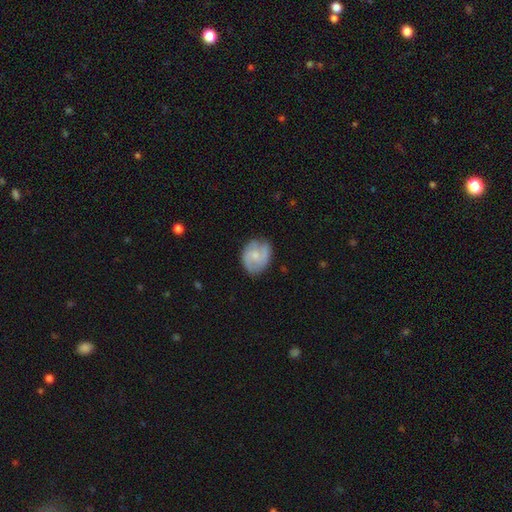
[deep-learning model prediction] Smooth or featured?
  - featured or disk: 53% *
  - smooth: 40%
  - star or artifact: 6%
Edge-on disk?
  - no: 97% *
  - yes: 3%
Bar?
  - no: 64% *
  - weak: 31%
  - strong: 5%
Spiral arms?
  - yes: 82% *
  - no: 18%
Bulge size?
  - small: 51% *
  - moderate: 38%
  - none: 8%
  - large: 2%
  - dominant: 1%
Merging?
  - none: 70% *
  - minor disturbance: 22%
  - major disturbance: 6%
  - merger: 2%